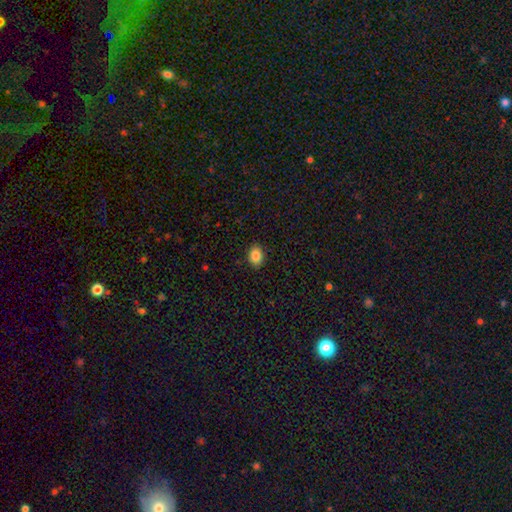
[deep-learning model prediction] Overall: smooth (87%). How rounded: in between (71%). Merging: none (89%).